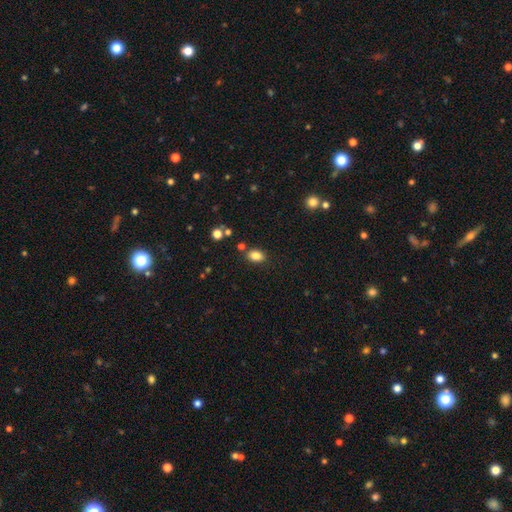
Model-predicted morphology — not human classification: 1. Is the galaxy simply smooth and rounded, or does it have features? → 85% smooth, 10% star or artifact, 5% featured or disk.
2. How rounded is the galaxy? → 79% in between, 19% round, 1% cigar-shaped.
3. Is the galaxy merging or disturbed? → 80% none, 11% minor disturbance, 6% merger, 3% major disturbance.